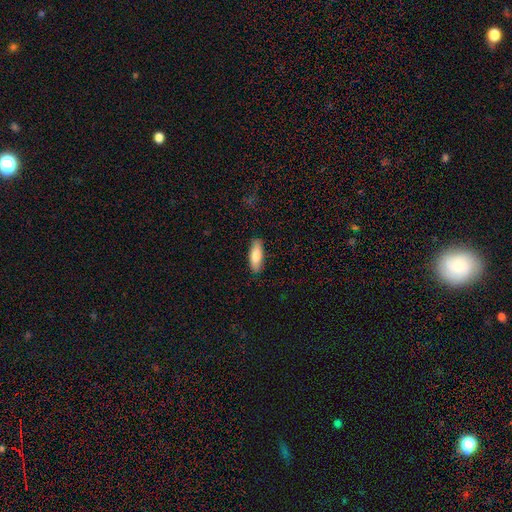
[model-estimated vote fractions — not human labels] This is clearly a smooth galaxy (80%). How rounded: likely in between (61%). Merging: clearly none (89%).